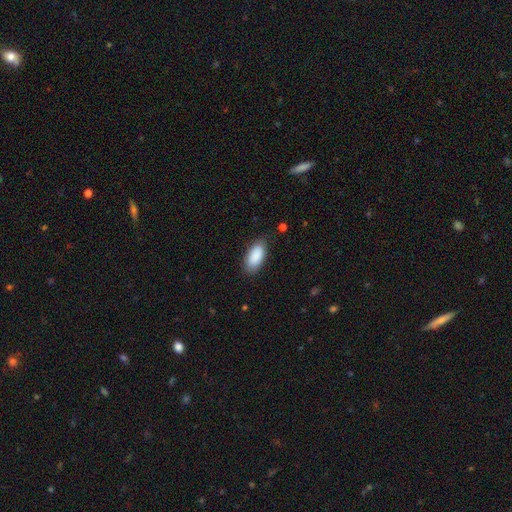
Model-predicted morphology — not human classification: The model was most divided on "merging": none: 80%, minor disturbance: 15%, major disturbance: 3%, merger: 1%. More confident: how rounded — in between (93%); smooth or featured — smooth (90%).